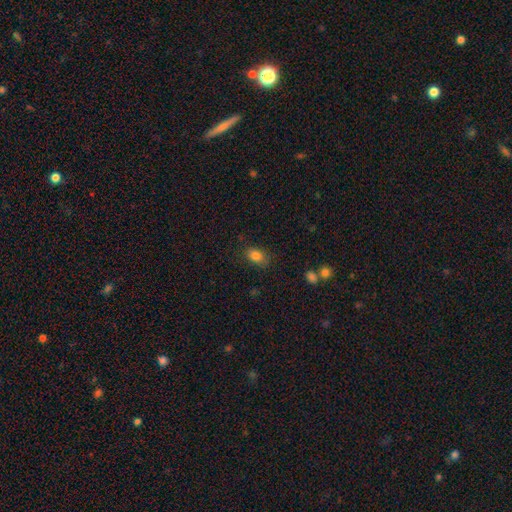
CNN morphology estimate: The model was most divided on "how rounded": in between: 79%, round: 20%, cigar-shaped: 2%. More confident: smooth or featured — smooth (83%); merging — none (77%).